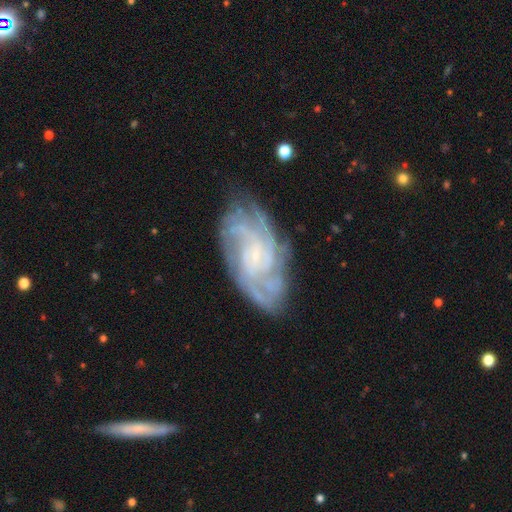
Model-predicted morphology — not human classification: A featured or disk galaxy (85%) with no bar (61%), 4 (29%) tight (67%) spiral arms (97%) and a small central bulge (70%). Merging: none (75%).